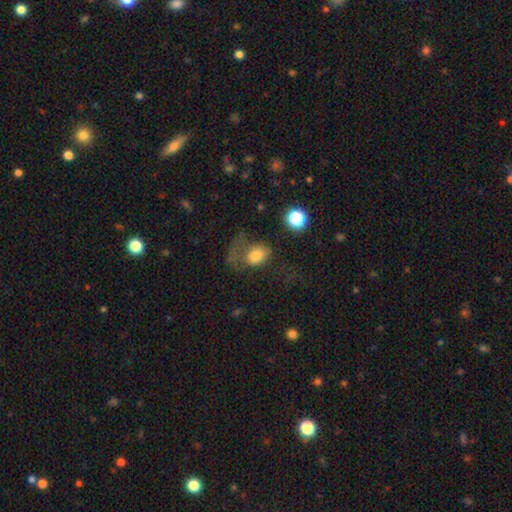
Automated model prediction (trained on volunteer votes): This appears to be a smooth galaxy with no disk features (73%) that is in between round and cigar-shaped (62%). Merging: major disturbance (44%).